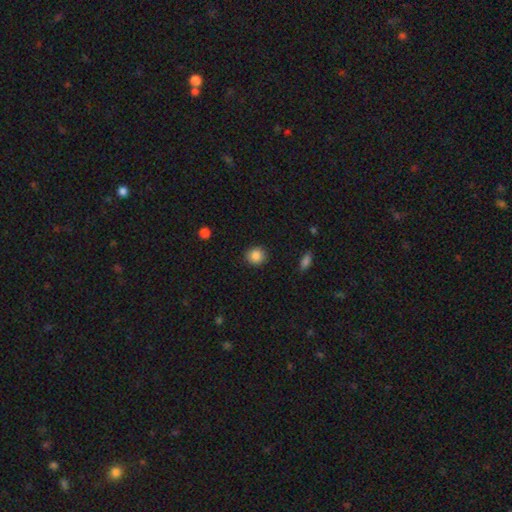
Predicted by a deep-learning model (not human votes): Morphology: type=smooth (87%); roundness=round (87%); merging=none (91%).